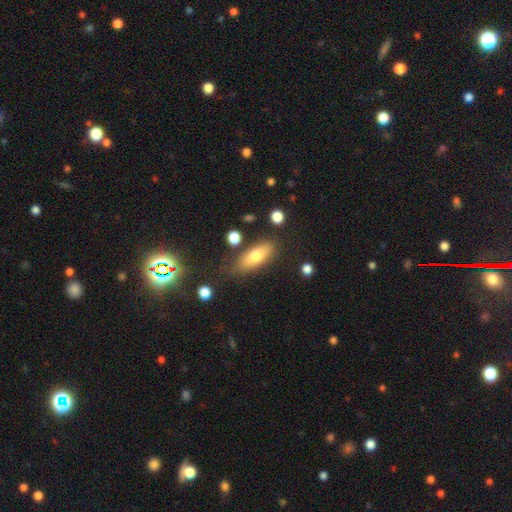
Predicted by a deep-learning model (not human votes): smooth 72%, featured or disk 20%, star or artifact 8%. Down the decision tree: how rounded — in between (73%); merging — none (72%).